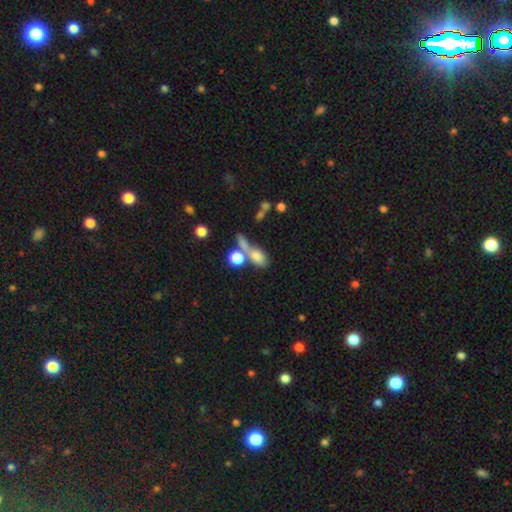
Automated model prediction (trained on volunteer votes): This is likely a smooth galaxy (62%). How rounded: possibly in between (58%). Merging: marginally none (45%).